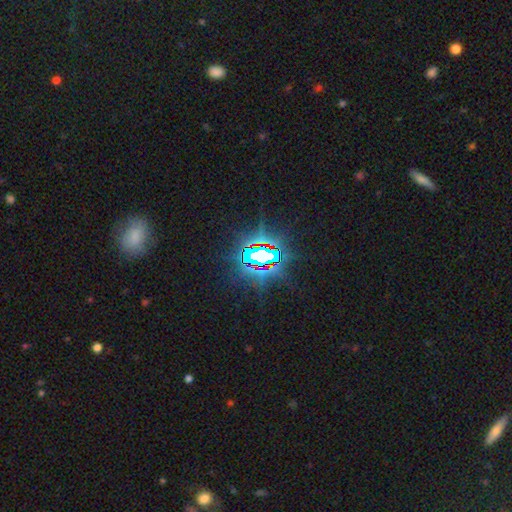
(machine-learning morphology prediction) smooth-or-featured: star or artifact: 80% | featured or disk: 11% | smooth: 9%